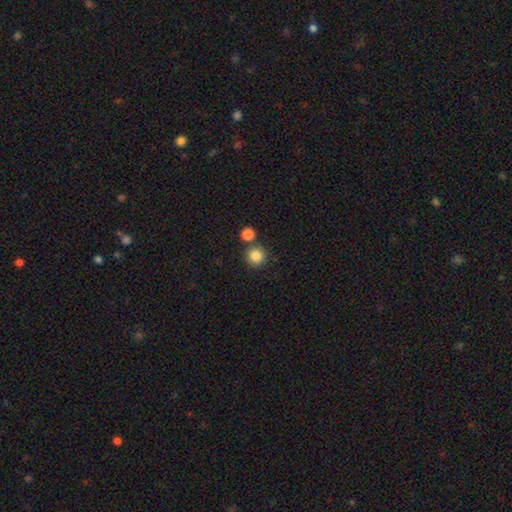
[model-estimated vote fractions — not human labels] smooth-or-featured: smooth: 85% | star or artifact: 11% | featured or disk: 5%
  how-rounded: round: 95% | in between: 5% | cigar-shaped: 1%
  merging: none: 78% | merger: 13% | minor disturbance: 7% | major disturbance: 2%